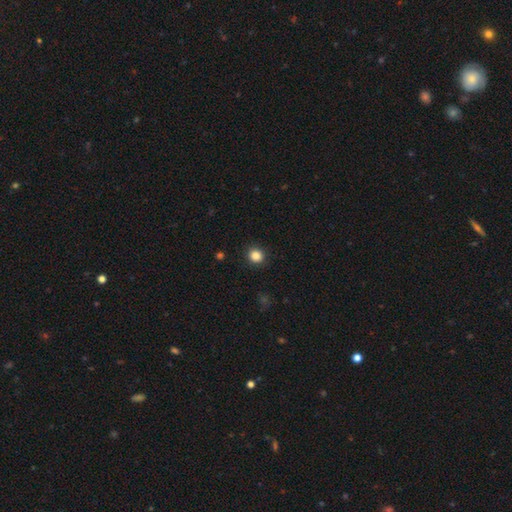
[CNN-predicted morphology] Q: Smooth or featured?
A: smooth (86%); runner-up: star or artifact (11%)
Q: How rounded?
A: round (86%); runner-up: in between (13%)
Q: Merging?
A: none (90%); runner-up: minor disturbance (6%)